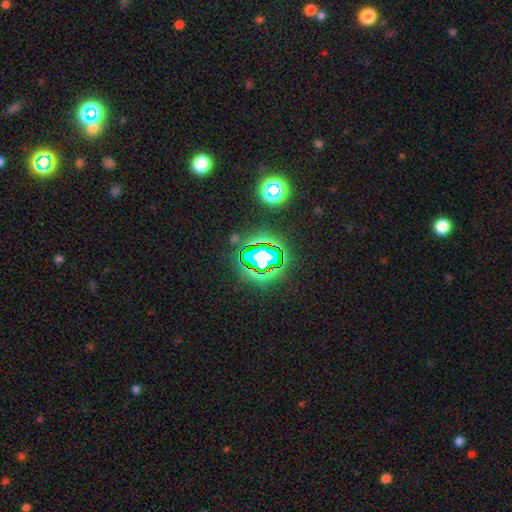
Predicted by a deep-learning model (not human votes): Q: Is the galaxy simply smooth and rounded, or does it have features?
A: star or artifact — 79%.